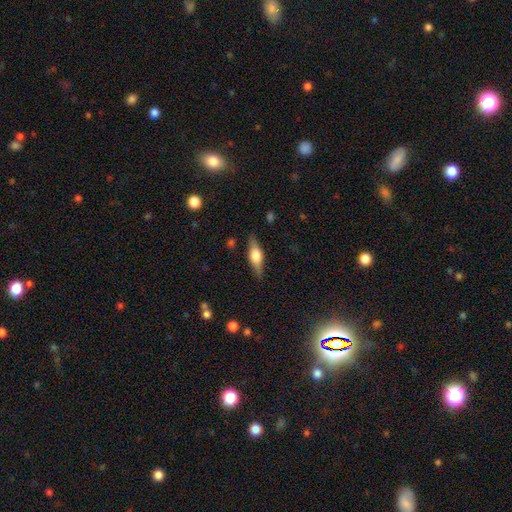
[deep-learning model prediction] A featured or disk galaxy (51%) viewed edge-on (92%). Merging: none (84%).